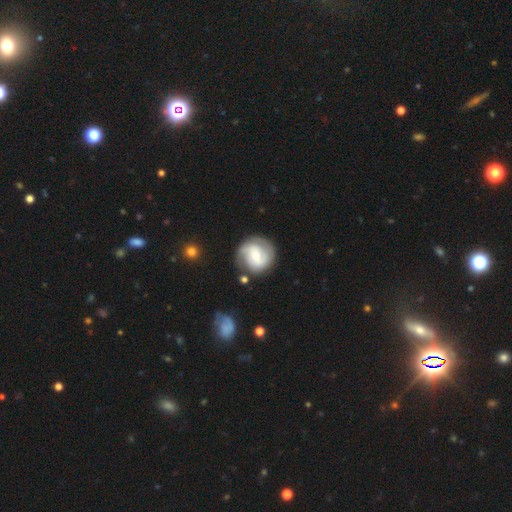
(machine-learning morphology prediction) This is likely a featured or disk galaxy (68%). It is clearly not viewed edge-on (98%). Bar: possibly no (46%). Spiral arm pattern: clearly yes (87%). Spiral arm count: likely 2 (64%). Spiral winding: marginally tight (42%). Central bulge: possibly moderate (53%). Merging: likely none (75%).